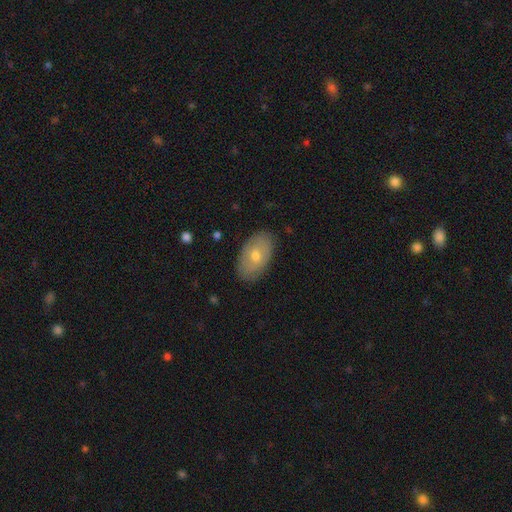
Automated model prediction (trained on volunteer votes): This appears to be a smooth galaxy with no disk features (60%) that is in between round and cigar-shaped (93%). Merging: none (86%).